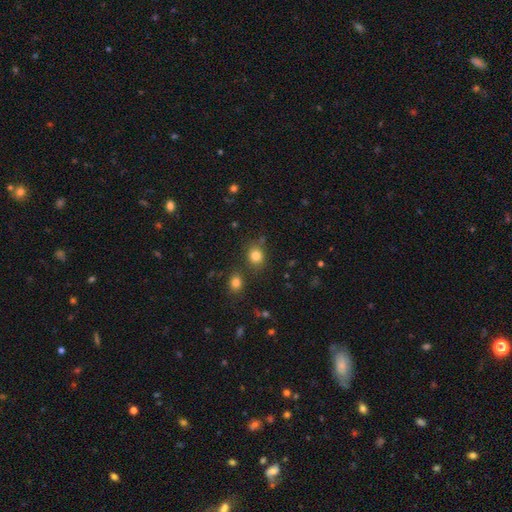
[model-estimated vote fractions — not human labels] Smooth or featured: smooth — 82% (star or artifact — 12%)
How rounded: round — 72% (in between — 27%)
Merging: none — 76% (minor disturbance — 11%)